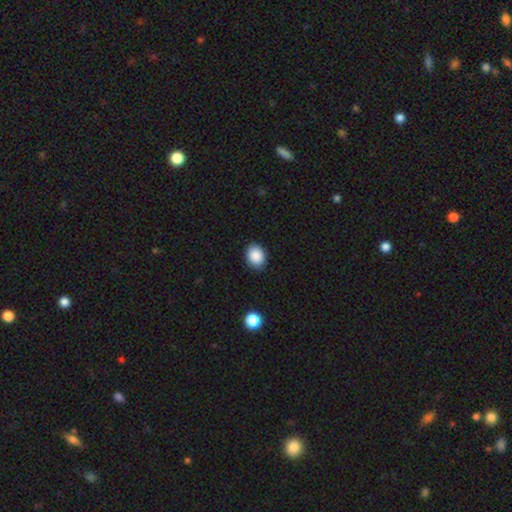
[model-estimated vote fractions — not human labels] Smooth or featured? Predicted: smooth (p=0.89). How rounded? Predicted: in between (p=0.59). Merging? Predicted: none (p=0.87).